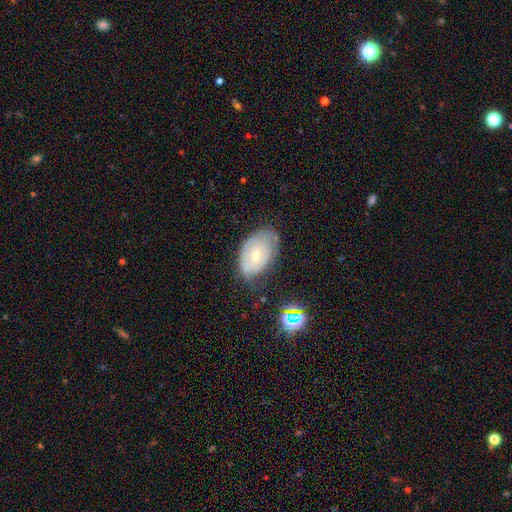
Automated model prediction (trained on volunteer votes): A featured or disk galaxy (48%).

Vote fractions:
- Smooth or featured? featured or disk: 48% / smooth: 42% / star or artifact: 10%
- Merging? none: 54% / minor disturbance: 34% / major disturbance: 10% / merger: 3%